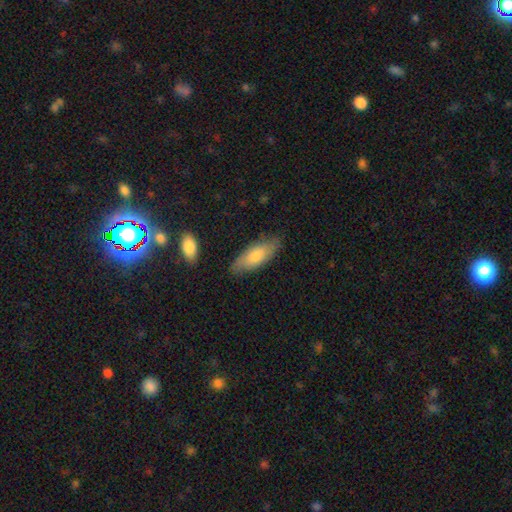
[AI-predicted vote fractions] Morphology: type=smooth (68%); roundness=in between (65%); merging=none (82%).